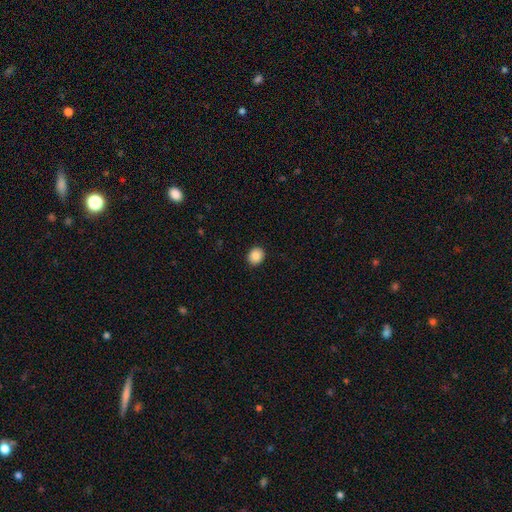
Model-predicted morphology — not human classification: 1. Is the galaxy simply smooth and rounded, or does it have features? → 87% smooth, 9% star or artifact, 4% featured or disk.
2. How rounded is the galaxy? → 73% round, 26% in between, 1% cigar-shaped.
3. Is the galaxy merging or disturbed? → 91% none, 6% minor disturbance, 2% major disturbance, 1% merger.